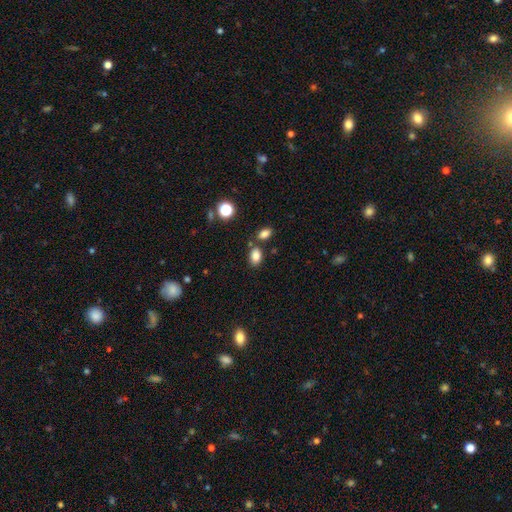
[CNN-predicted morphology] A smooth galaxy with no disk features (83%) that is in between round and cigar-shaped (79%). Merging: none (70%).